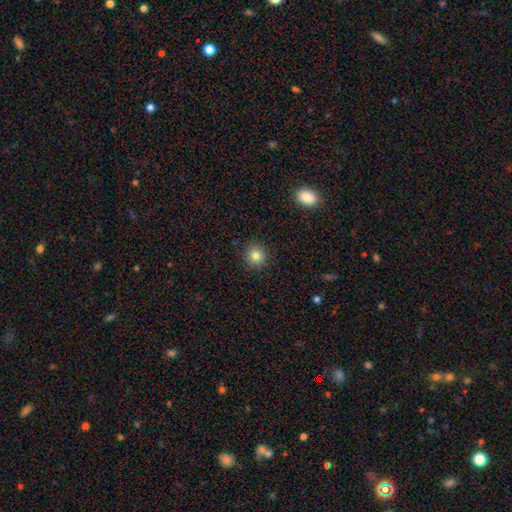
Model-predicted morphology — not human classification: type=smooth (84%); roundness=round (91%); merging=none (90%).